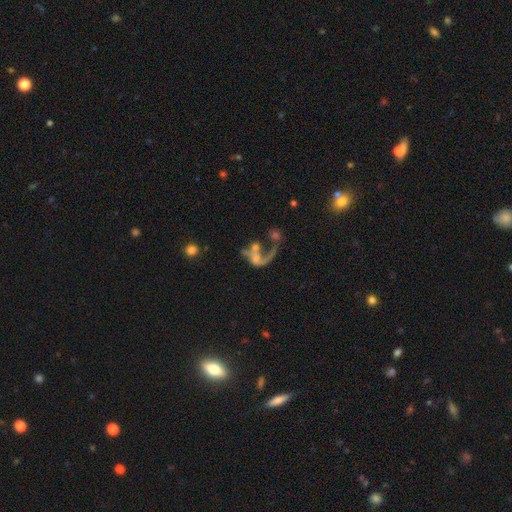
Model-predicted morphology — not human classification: The model was most divided on "merging": merger: 37%, major disturbance: 36%, none: 18%, minor disturbance: 9%. Remaining: edge-on disk — no (96%); bar — no (73%); smooth or featured — featured or disk (65%); spiral arms — yes (57%); bulge size — none (41%).